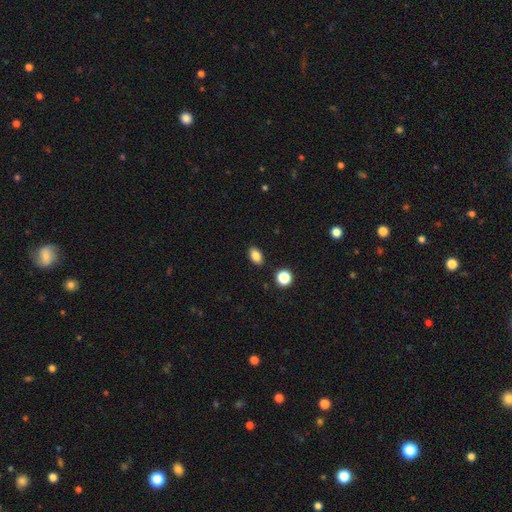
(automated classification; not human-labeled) Smooth or featured?
  - smooth: 84% *
  - star or artifact: 10%
  - featured or disk: 6%
How rounded?
  - in between: 87% *
  - round: 11%
  - cigar-shaped: 2%
Merging?
  - none: 87% *
  - minor disturbance: 9%
  - merger: 2%
  - major disturbance: 2%